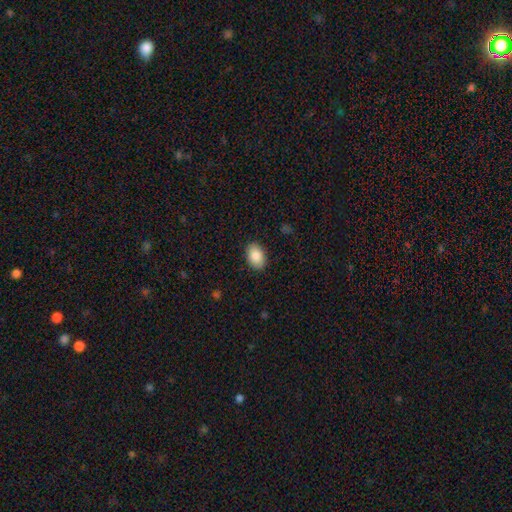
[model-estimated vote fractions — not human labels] This appears to be a smooth galaxy with no disk features (87%) that is in between round and cigar-shaped (88%). Merging: none (88%).